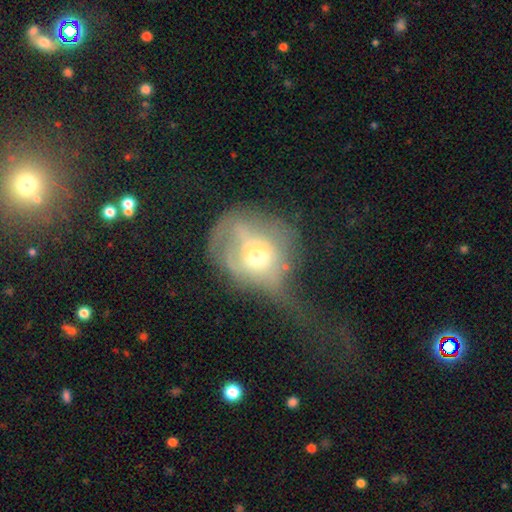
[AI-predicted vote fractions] Overall: smooth (45%; featured or disk 44%). Merging: major disturbance (56%; minor disturbance 20%).